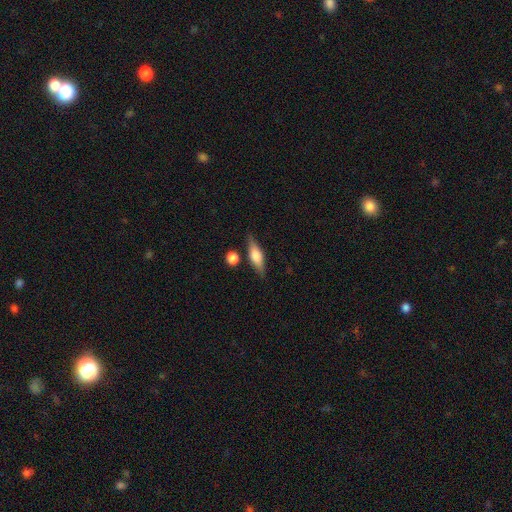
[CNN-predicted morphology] Q: Smooth or featured?
A: smooth (50%); runner-up: featured or disk (43%)
Q: How rounded?
A: cigar-shaped (50%); runner-up: in between (45%)
Q: Merging?
A: none (79%); runner-up: minor disturbance (12%)